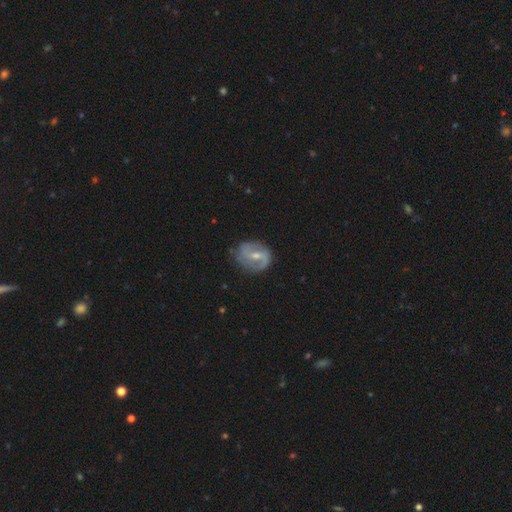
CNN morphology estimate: A featured or disk galaxy (77%) with a weak bar (51%), 2 (80%) medium (44%) spiral arms (89%) and a small central bulge (49%).

Vote fractions:
- Smooth or featured? featured or disk: 77% / smooth: 17% / star or artifact: 6%
- Edge-on disk? no: 97% / yes: 3%
- Bar? weak: 51% / strong: 26% / no: 22%
- Spiral arms? yes: 89% / no: 11%
- Spiral winding? medium: 44% / loose: 34% / tight: 22%
- Spiral arm count? 2: 80% / can't tell: 9% / 1: 7% / 3: 2% / 4: 1% / more than 4: 1%
- Bulge size? small: 49% / moderate: 47% / none: 2% / large: 1% / dominant: 1%
- Merging? none: 70% / minor disturbance: 21% / major disturbance: 7% / merger: 2%